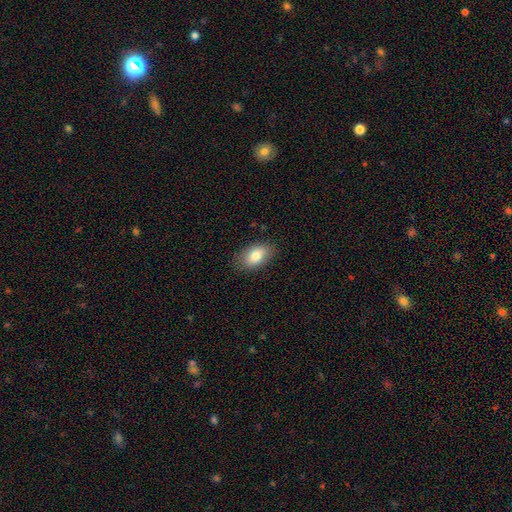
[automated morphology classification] Smooth or featured?
  - smooth: 83% *
  - featured or disk: 10%
  - star or artifact: 7%
How rounded?
  - in between: 91% *
  - round: 7%
  - cigar-shaped: 2%
Merging?
  - none: 84% *
  - minor disturbance: 12%
  - major disturbance: 3%
  - merger: 1%